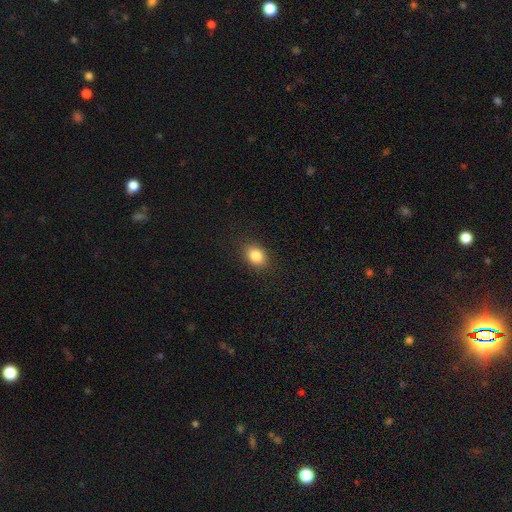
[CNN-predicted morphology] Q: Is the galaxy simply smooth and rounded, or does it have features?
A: smooth — 85%.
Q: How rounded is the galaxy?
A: in between — 67%.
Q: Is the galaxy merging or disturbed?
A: none — 88%.